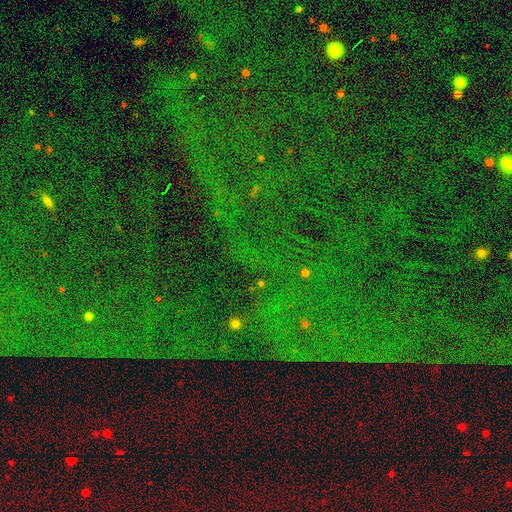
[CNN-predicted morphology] The model was most divided on "smooth or featured": star or artifact: 82%, smooth: 10%, featured or disk: 8%.